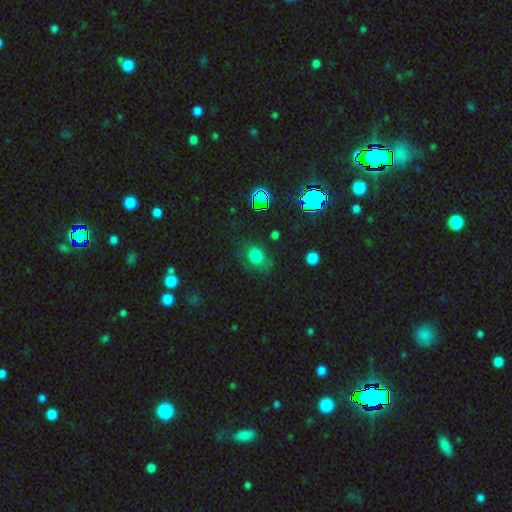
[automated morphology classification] This appears to be a smooth galaxy with no disk features (64%) that is round (54%). Merging: none (69%).